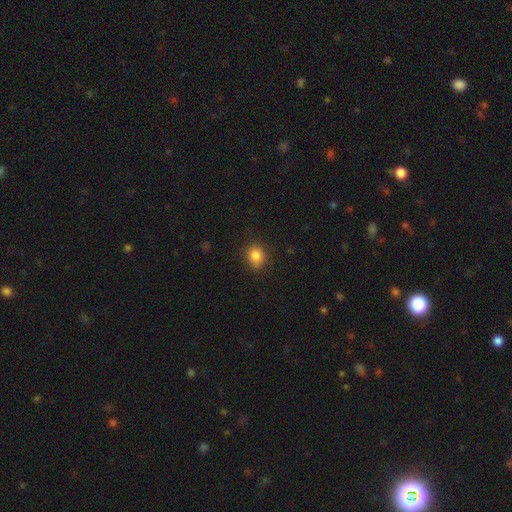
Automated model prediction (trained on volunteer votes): Smooth or featured?
  - smooth: 84% *
  - star or artifact: 11%
  - featured or disk: 5%
How rounded?
  - round: 70% *
  - in between: 29%
  - cigar-shaped: 1%
Merging?
  - none: 84% *
  - minor disturbance: 12%
  - major disturbance: 3%
  - merger: 1%